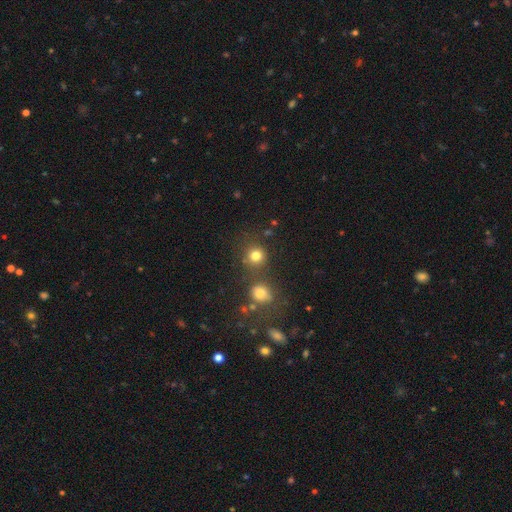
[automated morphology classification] smooth_or_featured: smooth (p=0.77) [alt: star or artifact p=0.16]
how_rounded: round (p=0.88) [alt: in between p=0.11]
merging: none (p=0.69) [alt: merger p=0.18]